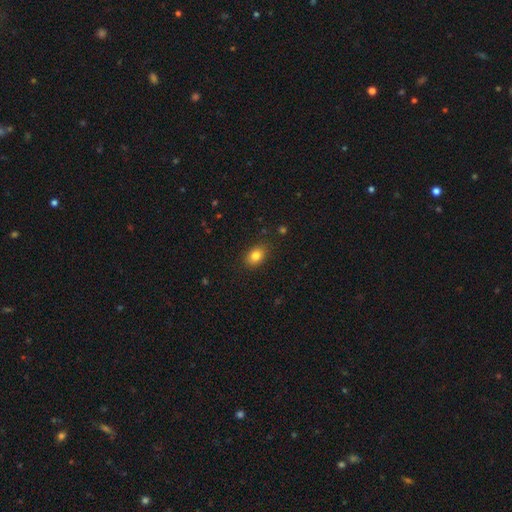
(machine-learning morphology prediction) Q: Smooth or featured?
A: smooth (82%); runner-up: star or artifact (10%)
Q: How rounded?
A: in between (74%); runner-up: round (24%)
Q: Merging?
A: none (86%); runner-up: minor disturbance (11%)